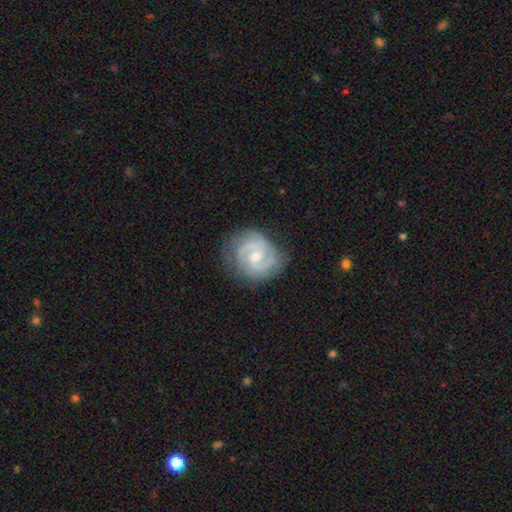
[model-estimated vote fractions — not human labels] The model was most divided on "bar" (2-way tie): no: 45%, weak: 45%, strong: 9%. More confident: edge-on disk — no (98%); spiral arms — yes (98%); smooth or featured — featured or disk (89%); merging — none (79%); spiral arm count — 2 (69%); spiral winding — tight (55%); bulge size — moderate (55%).